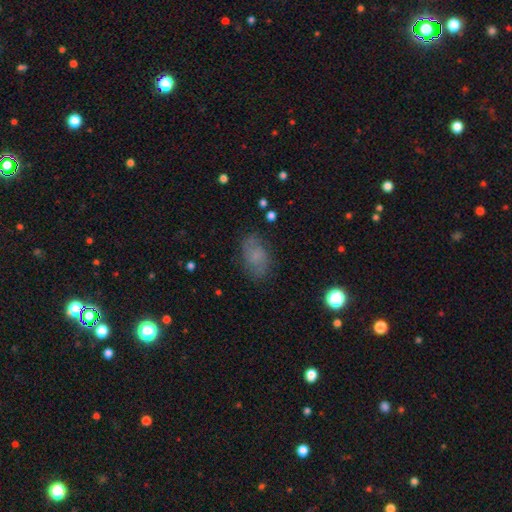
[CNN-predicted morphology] This is possibly a smooth galaxy (56%). How rounded: clearly in between (87%). Merging: likely none (77%).